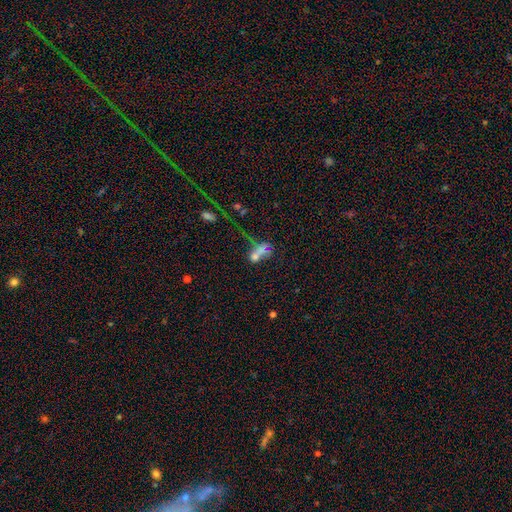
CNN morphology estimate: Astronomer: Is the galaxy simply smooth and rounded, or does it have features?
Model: smooth — 58%.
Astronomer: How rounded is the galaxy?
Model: in between — 68%.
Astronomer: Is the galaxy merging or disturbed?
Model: merger — 48%.